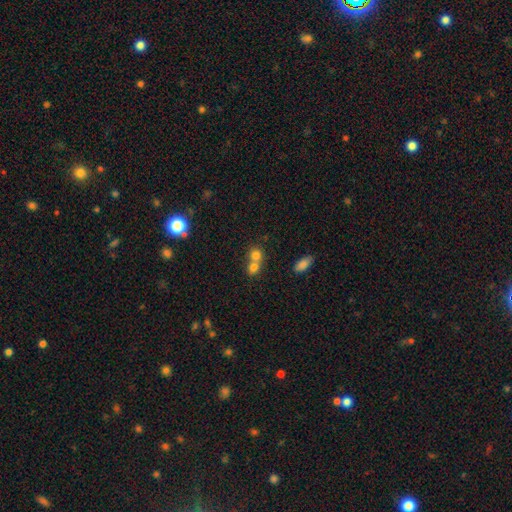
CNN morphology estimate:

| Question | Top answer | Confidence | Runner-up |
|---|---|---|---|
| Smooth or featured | smooth | 75% | featured or disk (13%) |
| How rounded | round | 72% | in between (26%) |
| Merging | merger | 64% | none (28%) |